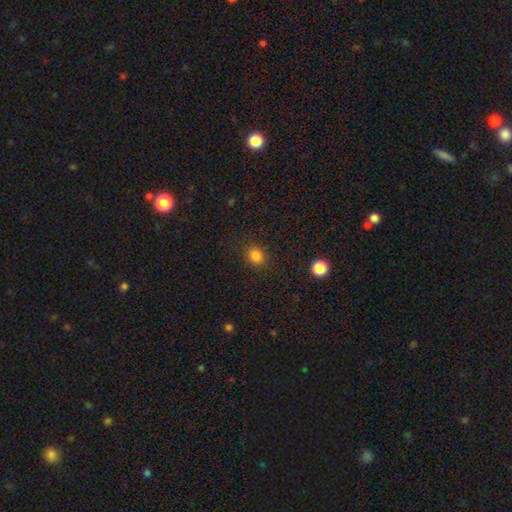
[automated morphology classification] smooth-or-featured: smooth: 82% | star or artifact: 13% | featured or disk: 5%
  how-rounded: round: 66% | in between: 33% | cigar-shaped: 1%
  merging: none: 87% | minor disturbance: 9% | major disturbance: 3% | merger: 1%